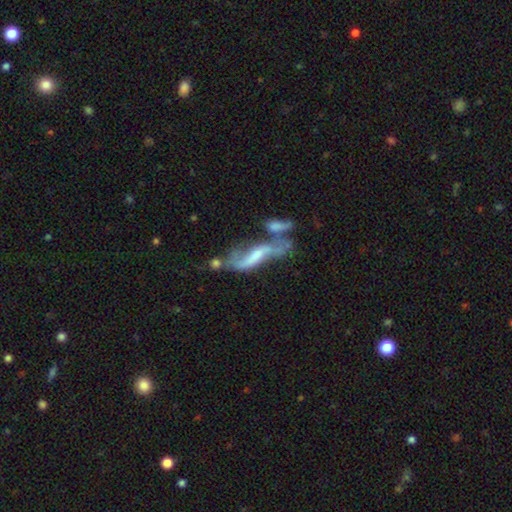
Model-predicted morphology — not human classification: This is likely a featured or disk galaxy (67%). It is likely not viewed edge-on (80%). Bar: marginally weak (35%). Spiral arm pattern: likely yes (75%). Central bulge: marginally moderate (32%, tied with small). Merging: marginally merger (39%).